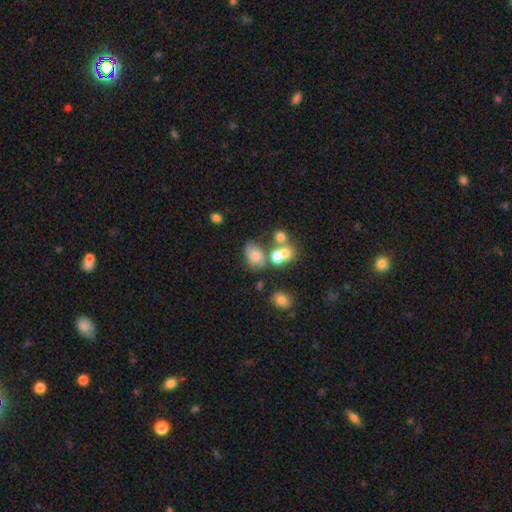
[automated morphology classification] smooth_or_featured: smooth (p=0.57) [alt: featured or disk p=0.29]
how_rounded: in between (p=0.72) [alt: round p=0.27]
merging: none (p=0.37) [alt: merger p=0.29]